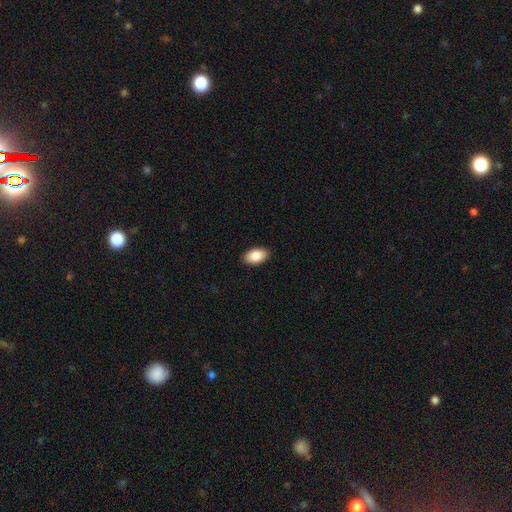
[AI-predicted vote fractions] Smooth or featured? smooth (87%)
How rounded? in between (94%)
Merging? none (90%)